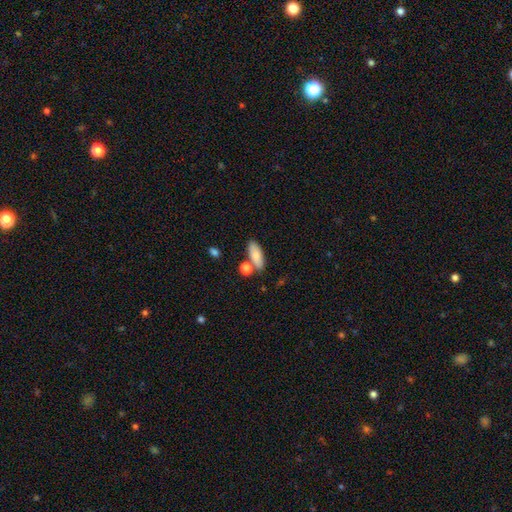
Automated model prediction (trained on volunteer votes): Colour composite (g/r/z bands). It shows a smooth galaxy with no disk features (80%) that is in between round and cigar-shaped (75%). Merging: none (70%).